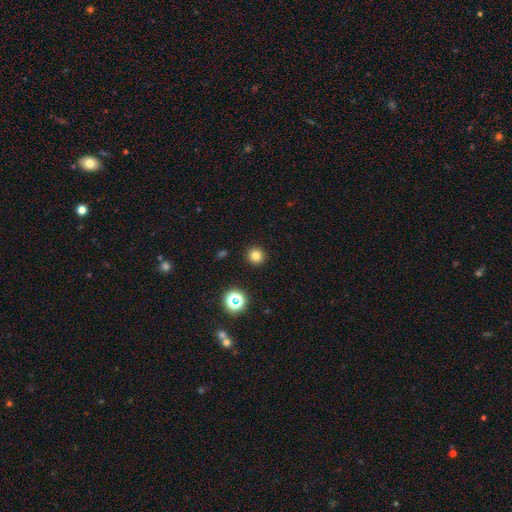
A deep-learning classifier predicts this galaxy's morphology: Smooth or featured: smooth — 78% (star or artifact — 16%)
How rounded: round — 95% (in between — 4%)
Merging: none — 92% (minor disturbance — 5%)